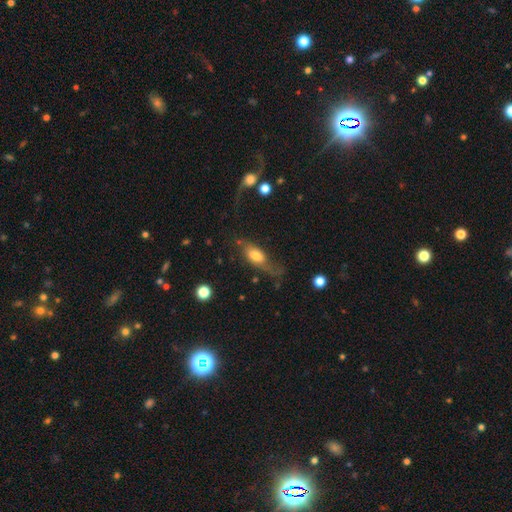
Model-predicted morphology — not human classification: Smooth or featured: smooth — 48% (featured or disk — 44%)
Merging: none — 41% (major disturbance — 30%)